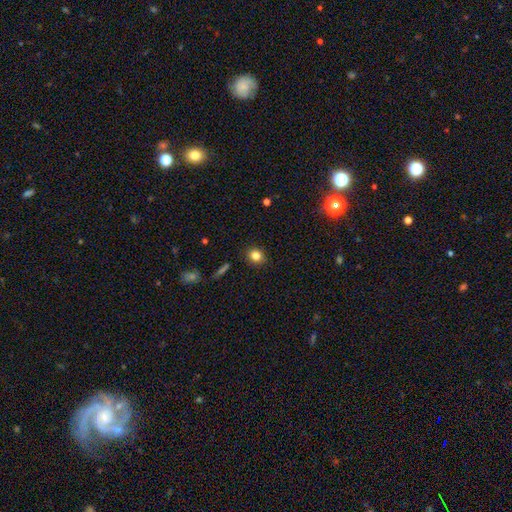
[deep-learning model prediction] This appears to be a smooth galaxy with no disk features (82%) that is round (71%). Merging: none (89%).